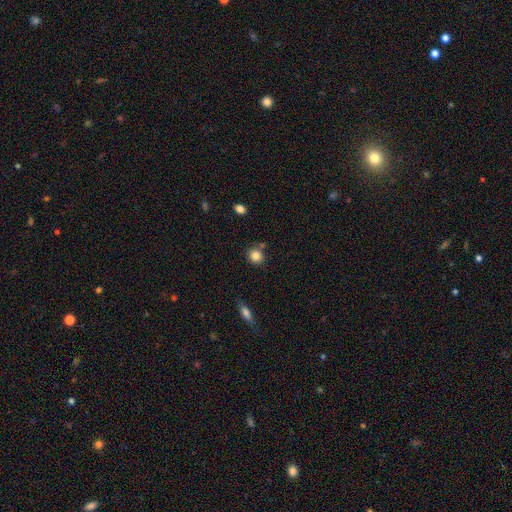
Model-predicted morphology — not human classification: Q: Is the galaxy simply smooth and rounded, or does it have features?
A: smooth — 84%.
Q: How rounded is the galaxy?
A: round — 87%.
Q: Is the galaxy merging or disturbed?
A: none — 76%.